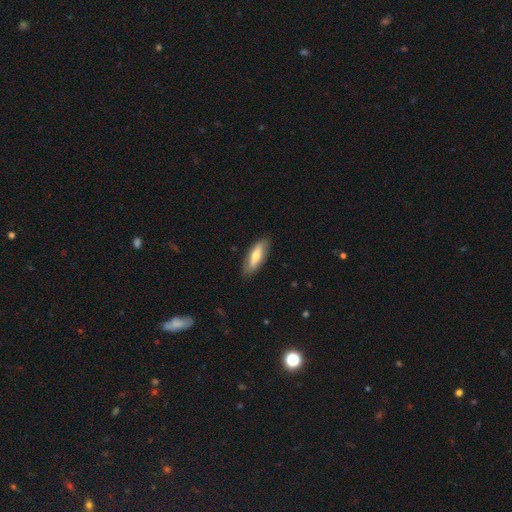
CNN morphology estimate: Smooth or featured? Predicted: smooth (p=0.55). How rounded? Predicted: in between (p=0.62). Merging? Predicted: none (p=0.84).